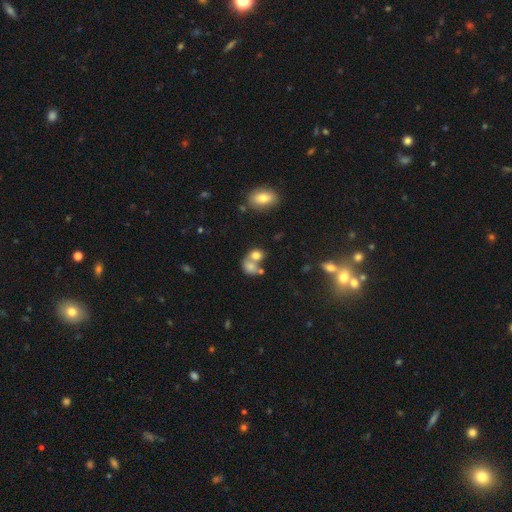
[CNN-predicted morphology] smooth-or-featured: smooth: 73% | featured or disk: 14% | star or artifact: 12%
  how-rounded: round: 51% | in between: 48% | cigar-shaped: 1%
  merging: merger: 56% | none: 29% | minor disturbance: 9% | major disturbance: 6%